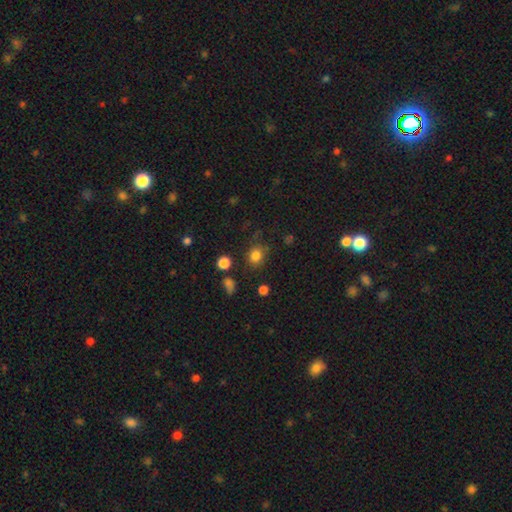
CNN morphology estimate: This appears to be a smooth galaxy with no disk features (80%) that is round (76%). Merging: none (77%).